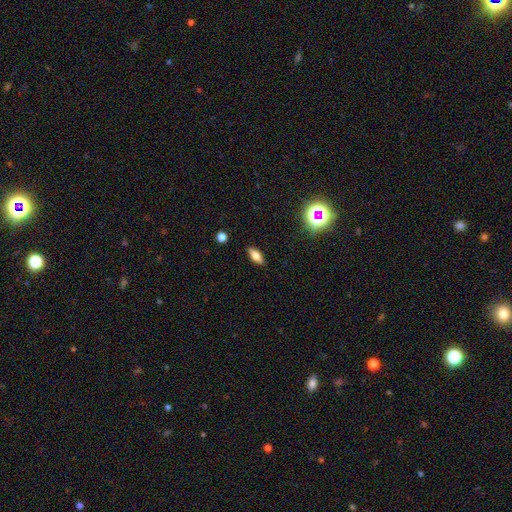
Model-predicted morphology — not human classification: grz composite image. It shows a smooth galaxy with no disk features (67%) that is in between round and cigar-shaped (75%). Merging: none (88%).